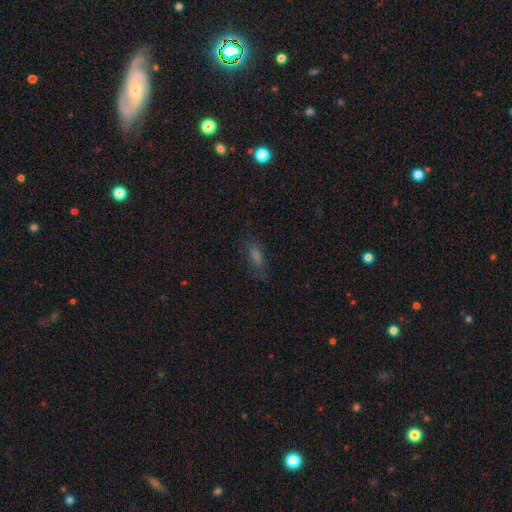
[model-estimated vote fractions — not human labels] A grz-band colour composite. It shows a smooth galaxy with no disk features (54%) that is in between round and cigar-shaped (59%). Merging: none (75%).